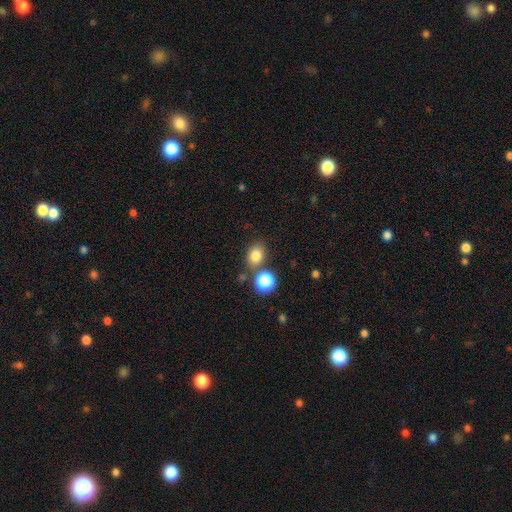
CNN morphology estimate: smooth 80%, star or artifact 13%, featured or disk 7%. Down the decision tree: how rounded — round (50%); merging — none (71%).